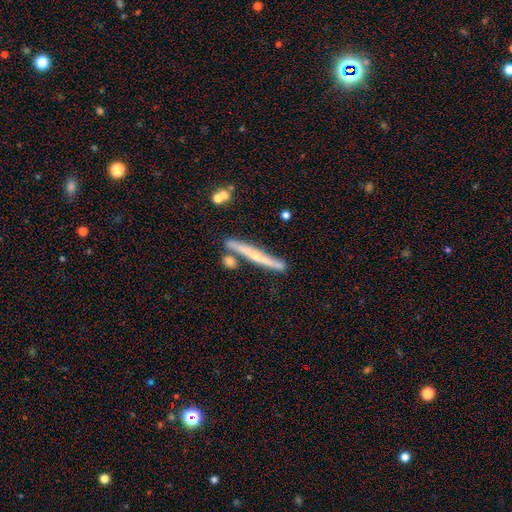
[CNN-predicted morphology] type=featured or disk (63%); edge-on=yes (94%); edge-on bulge=rounded (64%); merging=none (76%).